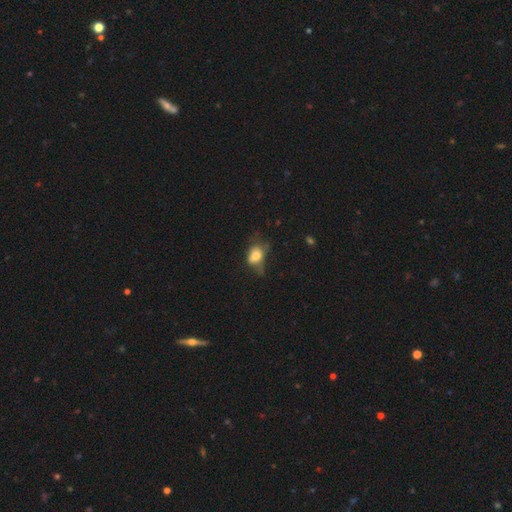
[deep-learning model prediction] A smooth galaxy with no disk features (70%) that is in between round and cigar-shaped (72%).

Vote fractions:
- Smooth or featured? smooth: 70% / featured or disk: 19% / star or artifact: 11%
- How rounded? in between: 72% / round: 26% / cigar-shaped: 2%
- Merging? major disturbance: 36% / minor disturbance: 32% / none: 28% / merger: 4%